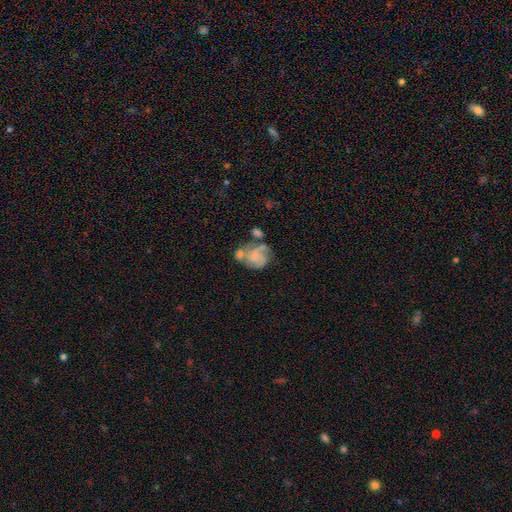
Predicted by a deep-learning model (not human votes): The model was most divided on "bulge size": small: 41%, none: 39%, moderate: 16%, large: 3%, dominant: 2%. Remaining: edge-on disk — no (98%); spiral arms — yes (83%); bar — no (74%); smooth or featured — featured or disk (61%); merging — none (33%).